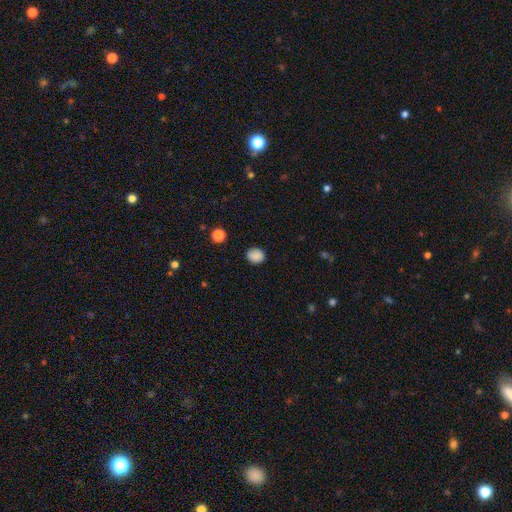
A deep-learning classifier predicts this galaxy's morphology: Smooth or featured?
  - smooth: 87% *
  - star or artifact: 10%
  - featured or disk: 3%
How rounded?
  - round: 58% *
  - in between: 42%
  - cigar-shaped: 1%
Merging?
  - none: 86% *
  - minor disturbance: 10%
  - major disturbance: 2%
  - merger: 1%